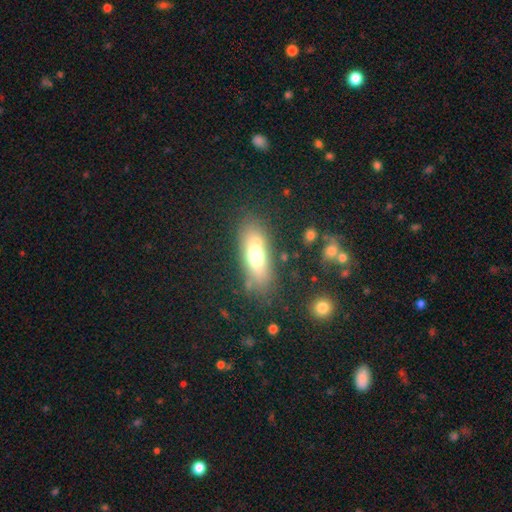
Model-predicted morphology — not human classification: Smooth or featured: smooth — 59% (featured or disk — 31%)
How rounded: in between — 70% (cigar-shaped — 25%)
Merging: none — 73% (minor disturbance — 16%)